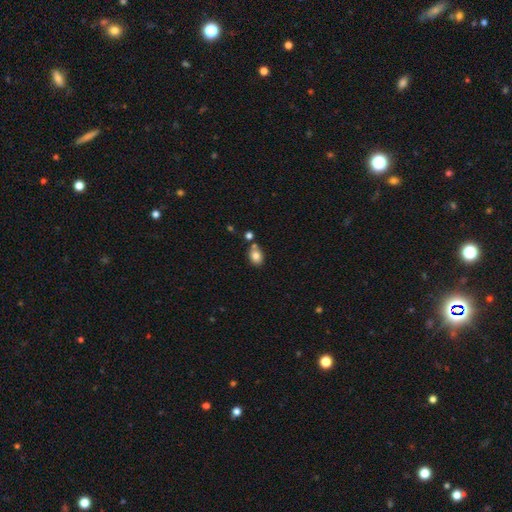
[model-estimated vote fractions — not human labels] This appears to be a smooth galaxy with no disk features (81%) that is in between round and cigar-shaped (61%). Merging: none (63%).